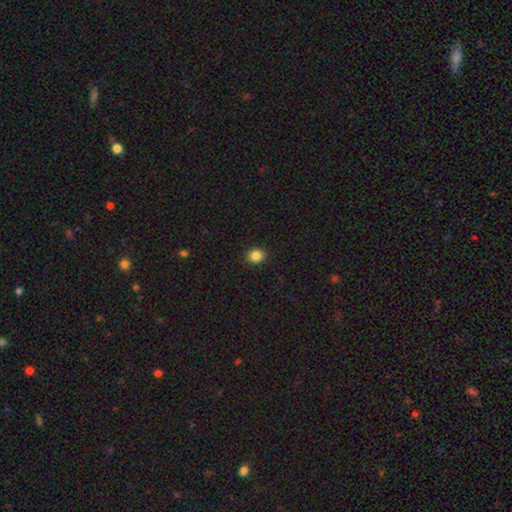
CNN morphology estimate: This appears to be a smooth galaxy with no disk features (86%) that is round (74%). Merging: none (92%).